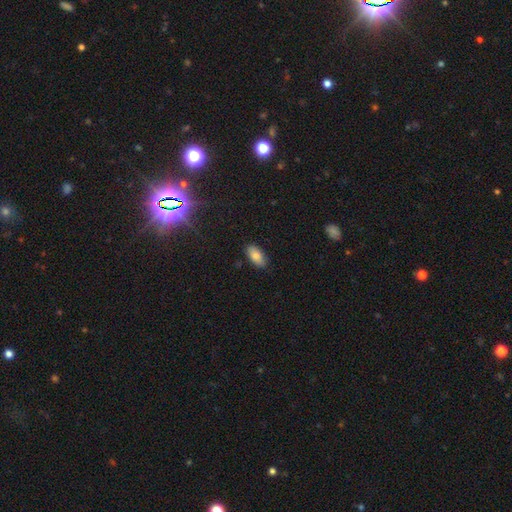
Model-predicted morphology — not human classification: A smooth galaxy with no disk features (81%) that is in between round and cigar-shaped (92%).

Vote fractions:
- Smooth or featured? smooth: 81% / featured or disk: 11% / star or artifact: 8%
- How rounded? in between: 92% / cigar-shaped: 6% / round: 3%
- Merging? none: 86% / minor disturbance: 11% / major disturbance: 2% / merger: 1%